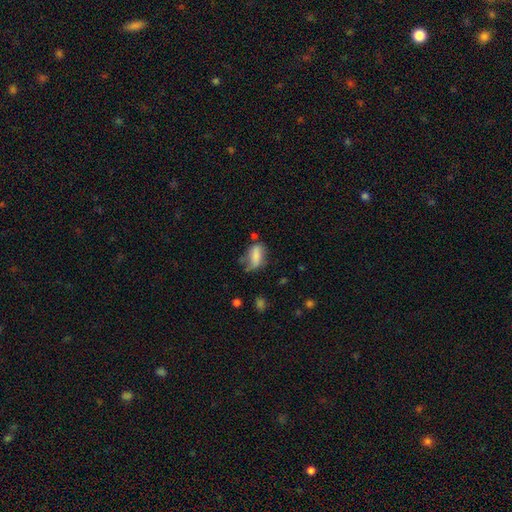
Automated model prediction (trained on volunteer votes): Smooth or featured? smooth (72%)
How rounded? in between (82%)
Merging? none (39%)